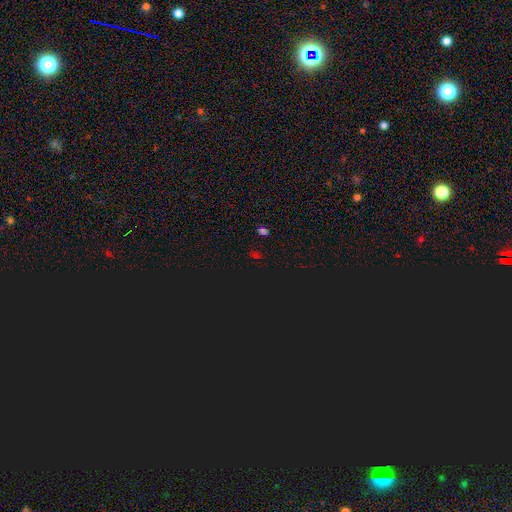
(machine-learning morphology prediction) A star or artifact, not a galaxy (64%).